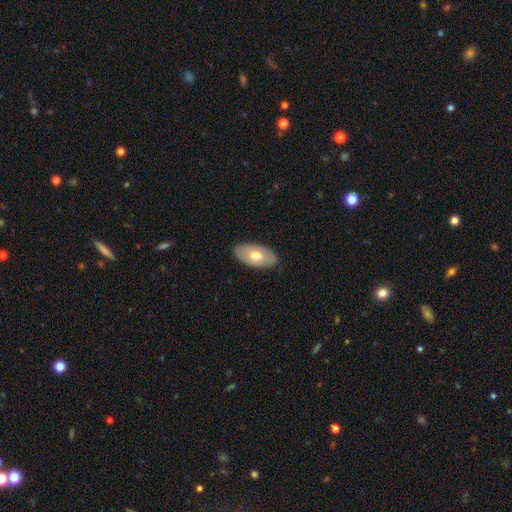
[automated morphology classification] Q: Smooth or featured?
A: smooth (61%); runner-up: featured or disk (33%)
Q: How rounded?
A: in between (94%); runner-up: round (4%)
Q: Merging?
A: none (87%); runner-up: minor disturbance (10%)